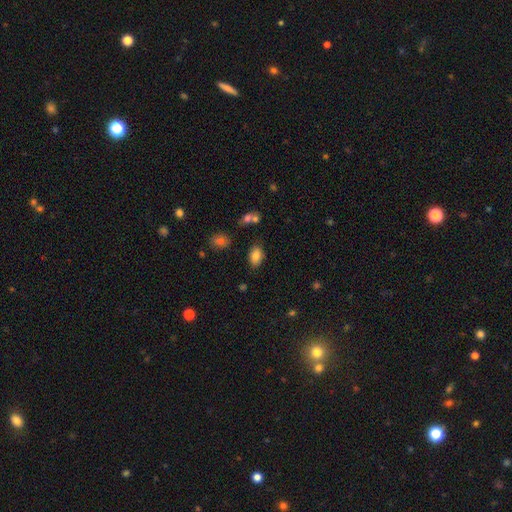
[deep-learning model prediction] This is clearly a smooth galaxy (83%). How rounded: clearly in between (87%). Merging: likely none (79%).